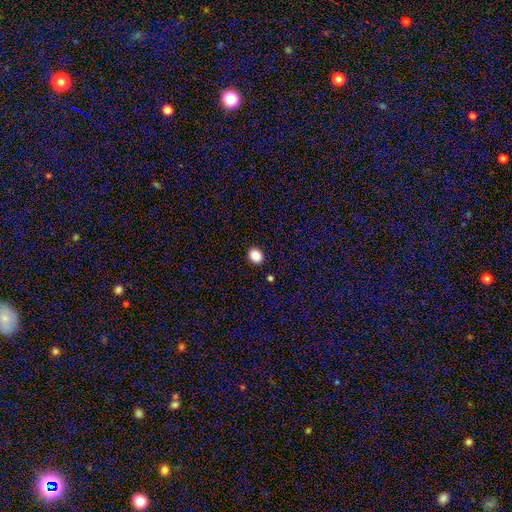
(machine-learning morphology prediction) Smooth or featured?
  - smooth: 87% *
  - star or artifact: 10%
  - featured or disk: 3%
How rounded?
  - round: 50% * (tied)
  - in between: 50% * (tied)
  - cigar-shaped: 1%
Merging?
  - none: 90% *
  - minor disturbance: 7%
  - major disturbance: 2%
  - merger: 1%